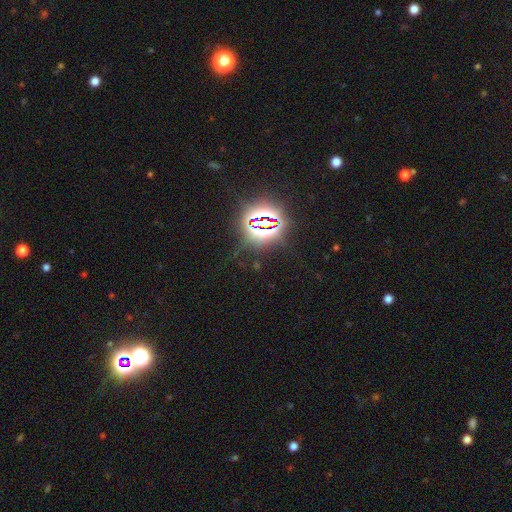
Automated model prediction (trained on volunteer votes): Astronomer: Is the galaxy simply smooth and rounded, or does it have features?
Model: star or artifact — 81%.